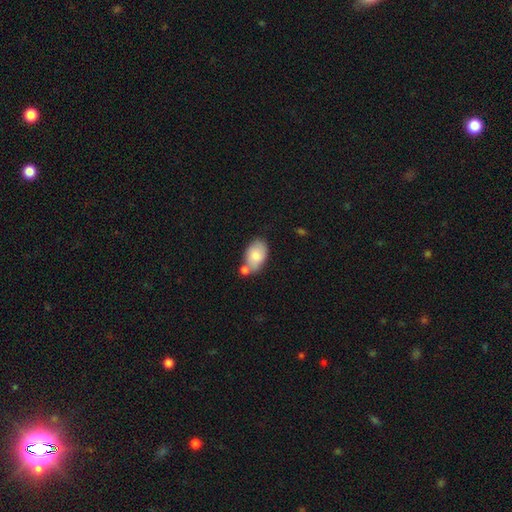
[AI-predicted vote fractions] smooth_or_featured: smooth (p=0.79) [alt: featured or disk p=0.15]
how_rounded: in between (p=0.90) [alt: round p=0.08]
merging: none (p=0.52) [alt: merger p=0.25]